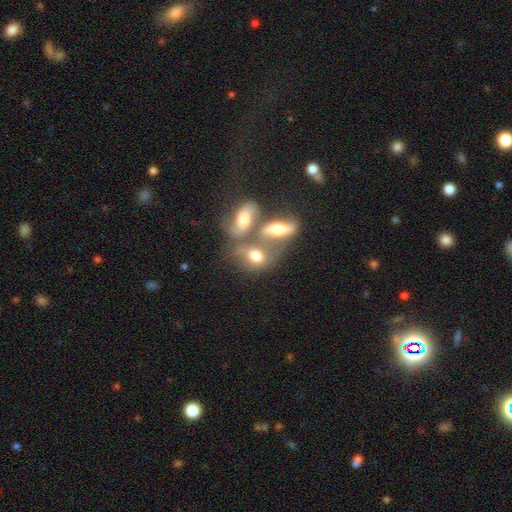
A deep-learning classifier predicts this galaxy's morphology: Overall: smooth (61%; featured or disk 28%). How rounded: in between (71%). Merging: merger (59%; none 23%).